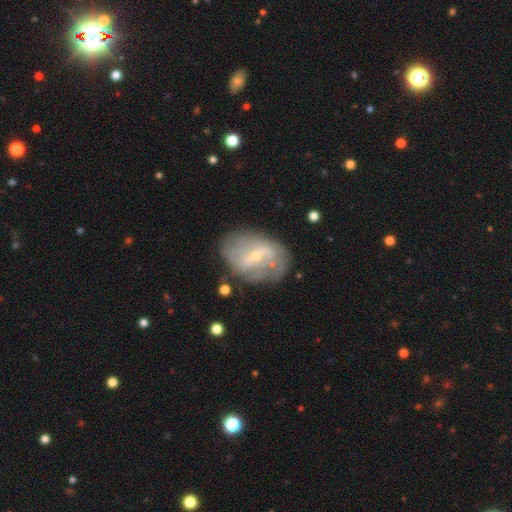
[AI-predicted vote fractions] Smooth or featured: featured or disk — 74% (smooth — 19%)
Edge-on disk: no — 96% (yes — 4%)
Bar: weak — 47% (strong — 30%)
Spiral arms: yes — 70% (no — 30%)
Bulge size: small — 74% (moderate — 22%)
Merging: none — 66% (minor disturbance — 21%)